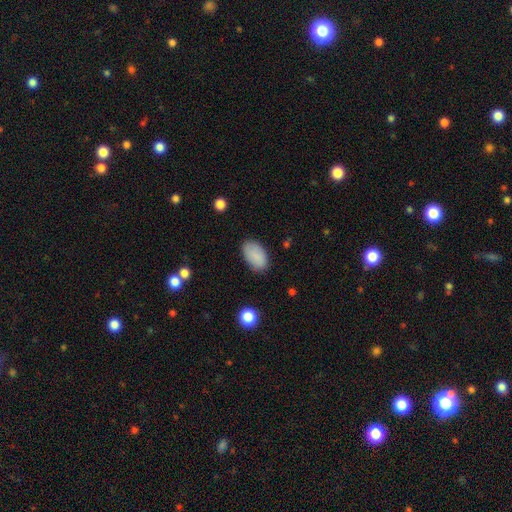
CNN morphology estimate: Overall: smooth (87%). How rounded: in between (93%). Merging: none (82%).